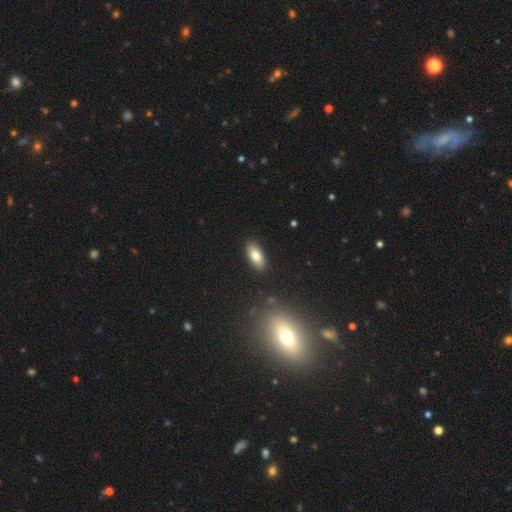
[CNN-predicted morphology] The model was most divided on "smooth or featured": smooth: 79%, featured or disk: 14%, star or artifact: 8%. More confident: merging — none (88%); how rounded — in between (86%).